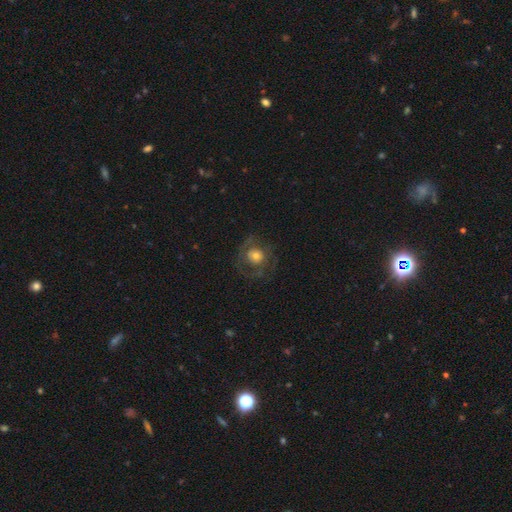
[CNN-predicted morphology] Smooth or featured: featured or disk — 49% (smooth — 41%)
Merging: none — 65% (major disturbance — 18%)